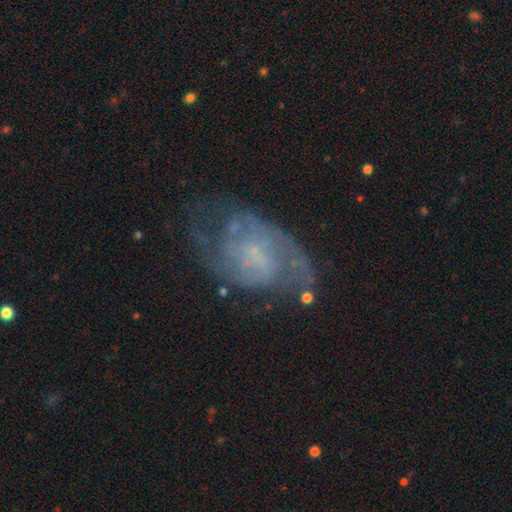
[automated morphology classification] A featured or disk galaxy (76%) with no bar (57%), 2 (53%) medium (44%) spiral arms (84%) and no central bulge (47%). Merging: none (55%).